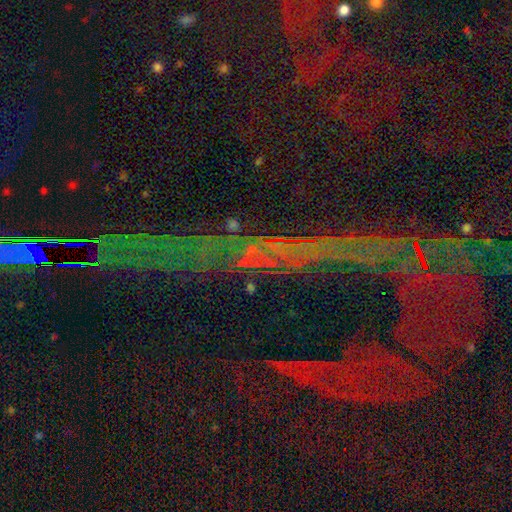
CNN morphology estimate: type=star or artifact (75%).